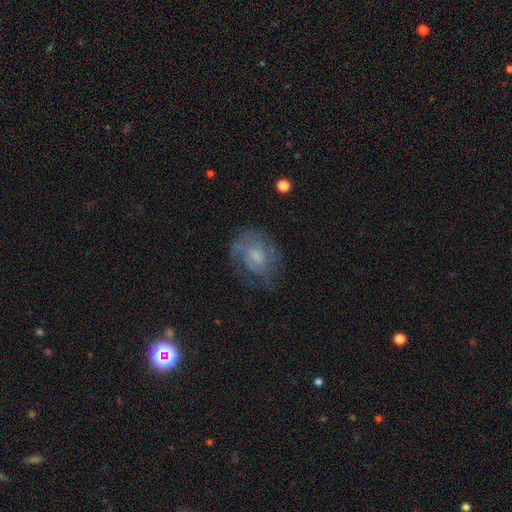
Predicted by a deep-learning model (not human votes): smooth_or_featured: featured or disk (p=0.57) [alt: smooth p=0.34]
disk_edge_on: no (p=0.97) [alt: yes p=0.03]
bar: no (p=0.62) [alt: weak p=0.33]
has_spiral_arms: yes (p=0.72) [alt: no p=0.28]
bulge_size: moderate (p=0.34) [alt: small p=0.30]
merging: none (p=0.56) [alt: minor disturbance p=0.23]